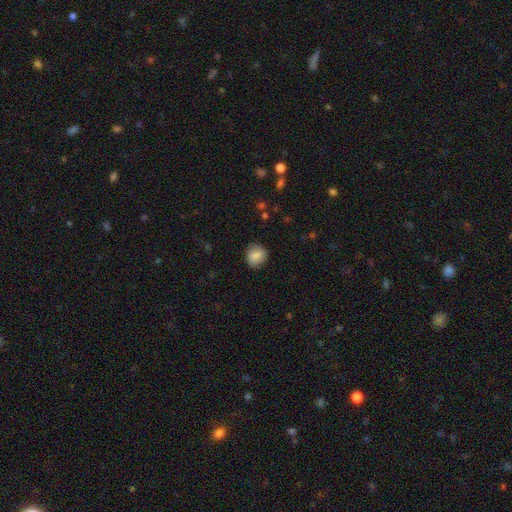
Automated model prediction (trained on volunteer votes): The model was most divided on "how rounded": round: 81%, in between: 18%, cigar-shaped: 1%. More confident: merging — none (82%); smooth or featured — smooth (81%).